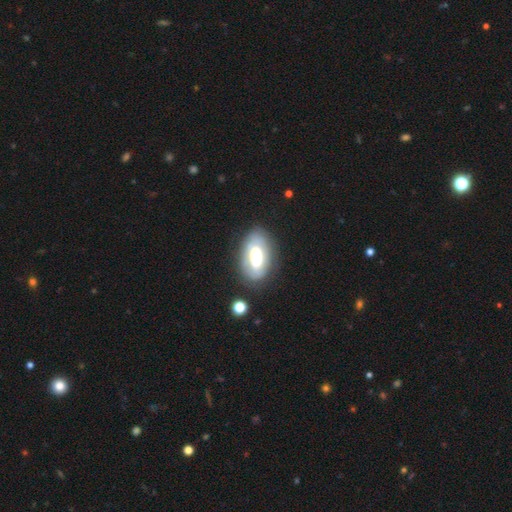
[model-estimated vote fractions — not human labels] This is possibly a smooth galaxy (47%). Merging: likely none (72%).